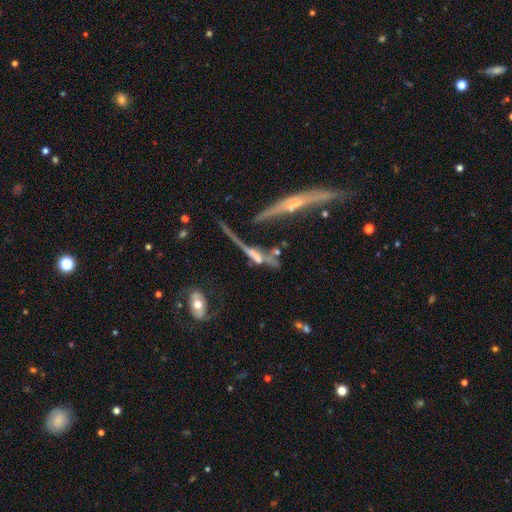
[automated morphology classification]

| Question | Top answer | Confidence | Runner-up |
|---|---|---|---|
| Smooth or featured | featured or disk | 57% | smooth (27%) |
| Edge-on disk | yes | 67% | no (33%) |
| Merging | none | 30% | merger (27%) |